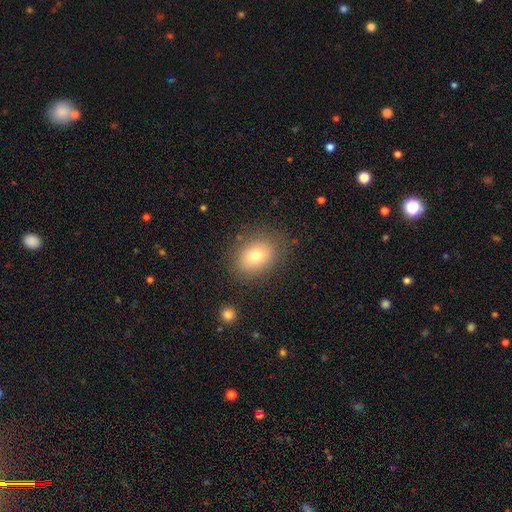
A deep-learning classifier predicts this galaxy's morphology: smooth 75%, featured or disk 15%, star or artifact 11%. Down the decision tree: how rounded — in between (58%); merging — none (81%).